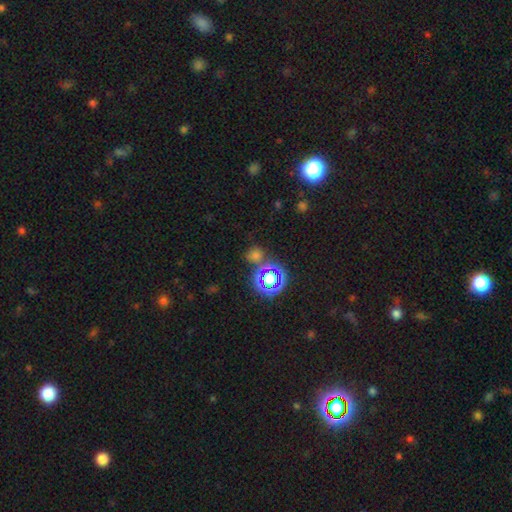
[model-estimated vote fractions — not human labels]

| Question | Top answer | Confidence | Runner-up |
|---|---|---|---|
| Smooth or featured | smooth | 54% | star or artifact (38%) |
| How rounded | round | 81% | in between (18%) |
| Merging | none | 69% | merger (15%) |